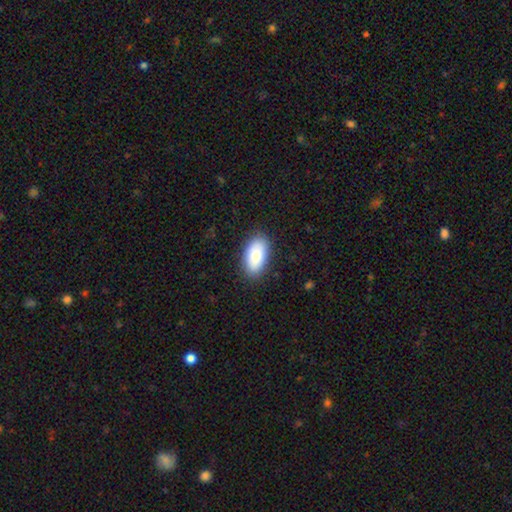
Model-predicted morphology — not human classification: Smooth or featured?
  - smooth: 82% *
  - featured or disk: 12%
  - star or artifact: 6%
How rounded?
  - in between: 94% *
  - round: 3%
  - cigar-shaped: 3%
Merging?
  - none: 87% *
  - minor disturbance: 10%
  - major disturbance: 2%
  - merger: 1%